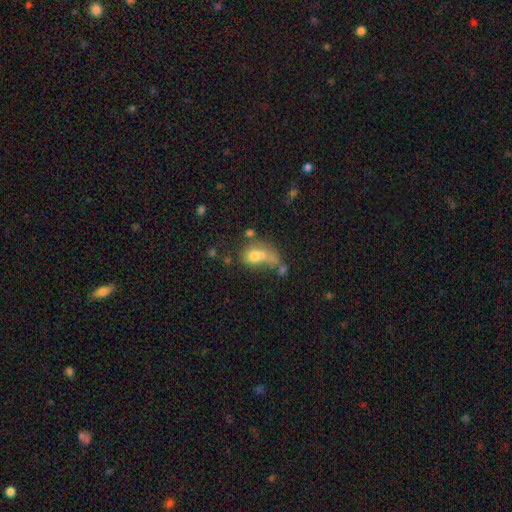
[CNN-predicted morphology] Smooth or featured?
  - smooth: 62% *
  - featured or disk: 25%
  - star or artifact: 13%
How rounded?
  - in between: 63% *
  - round: 33%
  - cigar-shaped: 4%
Merging?
  - merger: 50% *
  - major disturbance: 20%
  - none: 18%
  - minor disturbance: 11%